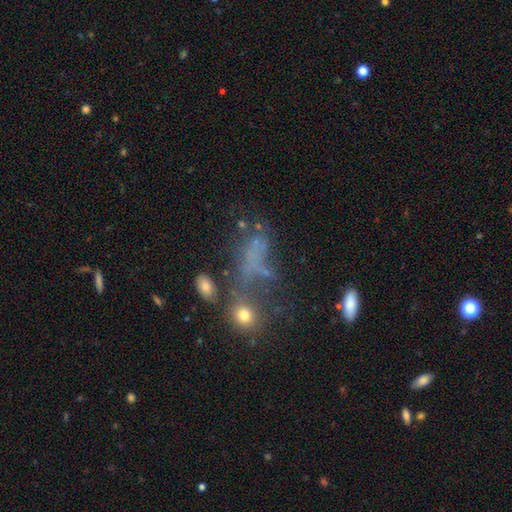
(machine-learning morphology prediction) Q: Smooth or featured?
A: smooth (37%); runner-up: featured or disk (34%)
Q: Merging?
A: major disturbance (35%); runner-up: none (31%)